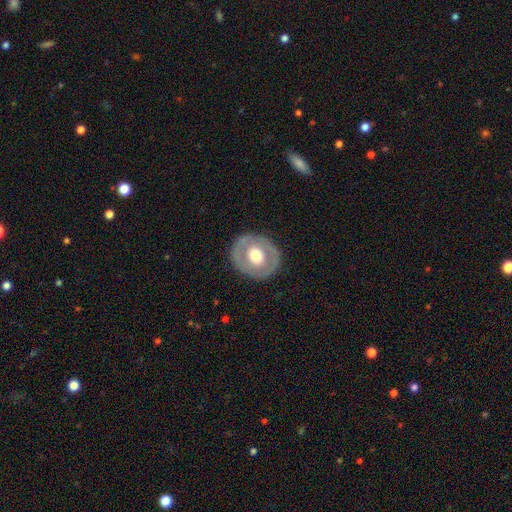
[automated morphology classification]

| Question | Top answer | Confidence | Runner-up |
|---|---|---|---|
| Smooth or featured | featured or disk | 48% | smooth (46%) |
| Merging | none | 84% | minor disturbance (10%) |